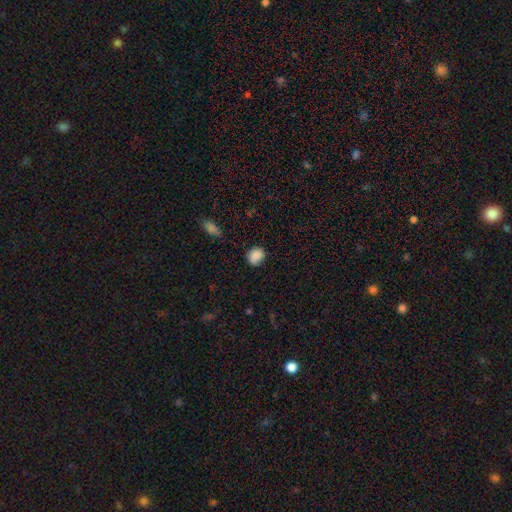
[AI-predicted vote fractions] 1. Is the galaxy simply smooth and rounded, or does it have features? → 85% smooth, 9% star or artifact, 6% featured or disk.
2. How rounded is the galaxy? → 59% round, 40% in between, 1% cigar-shaped.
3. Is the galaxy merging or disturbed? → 68% none, 25% minor disturbance, 5% major disturbance, 2% merger.